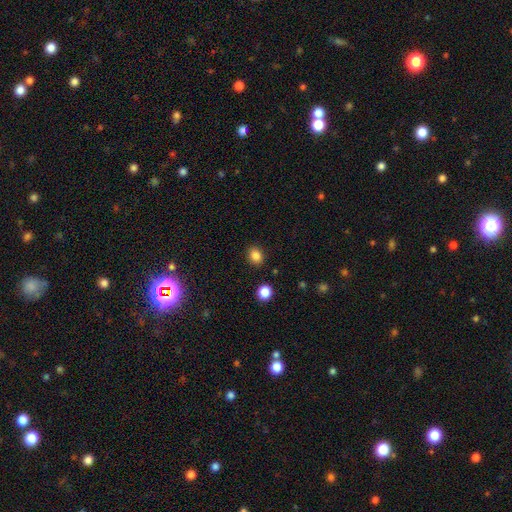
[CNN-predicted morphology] The model was most divided on "how rounded": round: 66%, in between: 33%, cigar-shaped: 1%. More confident: merging — none (89%); smooth or featured — smooth (83%).